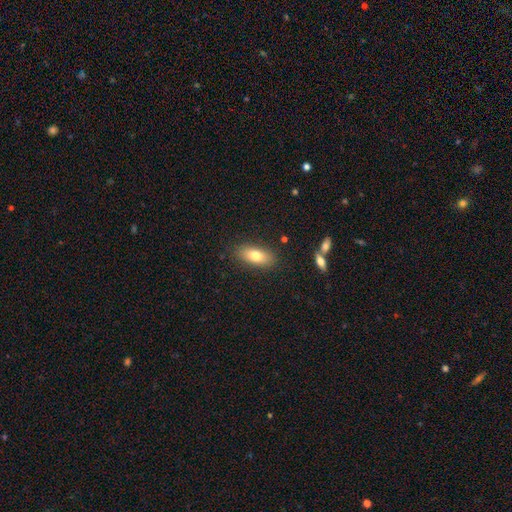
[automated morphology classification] smooth_or_featured: smooth (p=0.74) [alt: featured or disk p=0.18]
how_rounded: in between (p=0.81) [alt: cigar-shaped p=0.15]
merging: none (p=0.85) [alt: minor disturbance p=0.10]